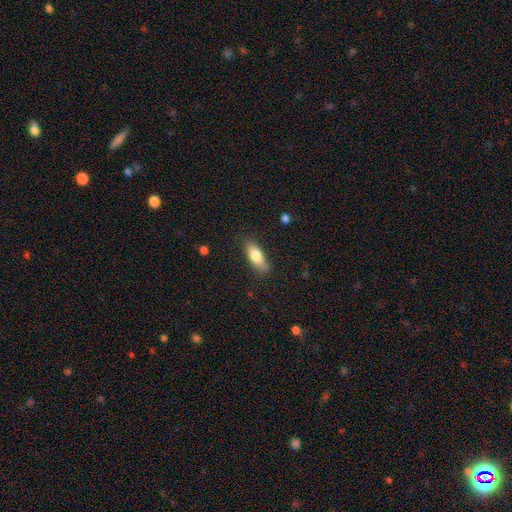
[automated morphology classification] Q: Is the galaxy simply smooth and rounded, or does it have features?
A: smooth — 76%.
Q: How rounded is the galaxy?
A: in between — 71%.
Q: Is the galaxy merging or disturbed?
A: none — 79%.